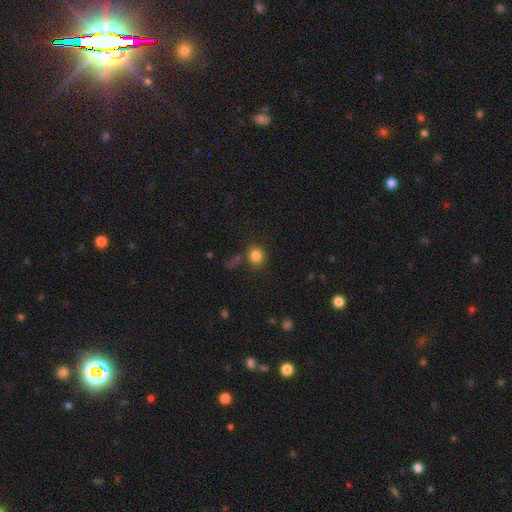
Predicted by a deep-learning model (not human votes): A smooth galaxy with no disk features (83%) that is round (83%). Merging: none (74%).